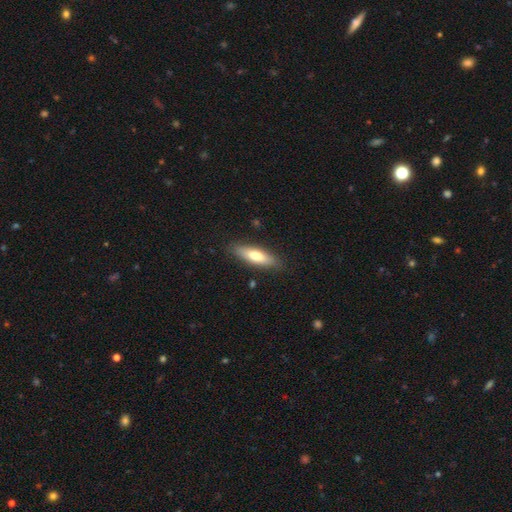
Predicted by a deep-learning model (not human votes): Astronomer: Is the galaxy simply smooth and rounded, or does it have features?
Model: smooth — 69%.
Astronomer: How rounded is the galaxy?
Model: cigar-shaped — 55% (runner-up: in between, 43%).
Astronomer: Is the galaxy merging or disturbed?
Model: none — 86%.